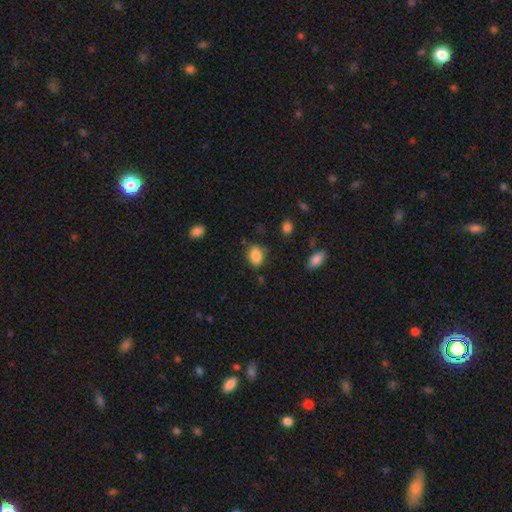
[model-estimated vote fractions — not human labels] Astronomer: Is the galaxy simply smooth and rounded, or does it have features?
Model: smooth — 86%.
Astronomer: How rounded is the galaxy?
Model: in between — 76%.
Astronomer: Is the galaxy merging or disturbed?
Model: none — 76%.